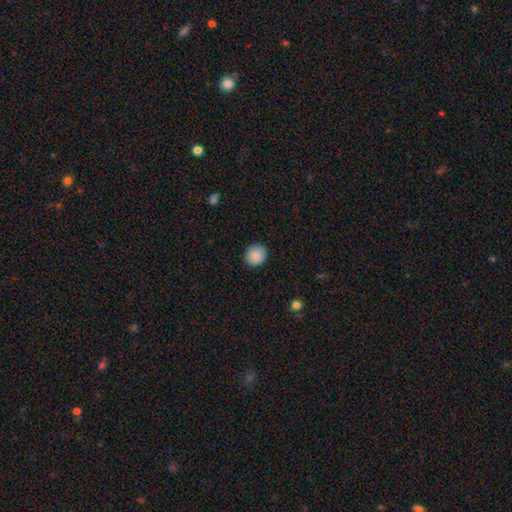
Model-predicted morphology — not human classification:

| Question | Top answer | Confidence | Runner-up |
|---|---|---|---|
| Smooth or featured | smooth | 88% | star or artifact (8%) |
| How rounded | round | 89% | in between (10%) |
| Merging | none | 91% | minor disturbance (7%) |